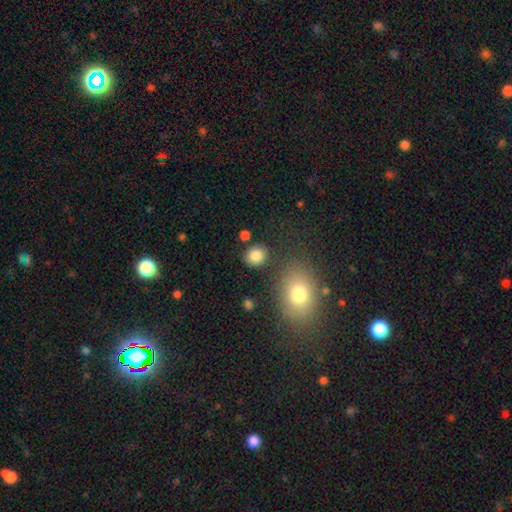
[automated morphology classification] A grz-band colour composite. It shows a smooth galaxy with no disk features (85%) that is round (71%). Merging: none (83%).